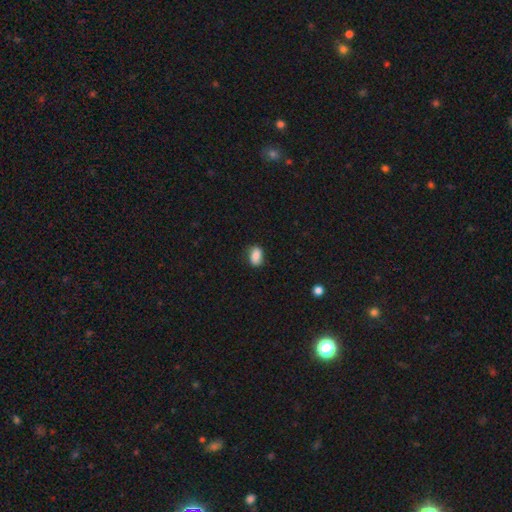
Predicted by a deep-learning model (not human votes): A smooth galaxy with no disk features (83%) that is in between round and cigar-shaped (81%).

Vote fractions:
- Smooth or featured? smooth: 83% / featured or disk: 8% / star or artifact: 8%
- How rounded? in between: 81% / round: 17% / cigar-shaped: 2%
- Merging? none: 79% / minor disturbance: 16% / major disturbance: 3% / merger: 1%